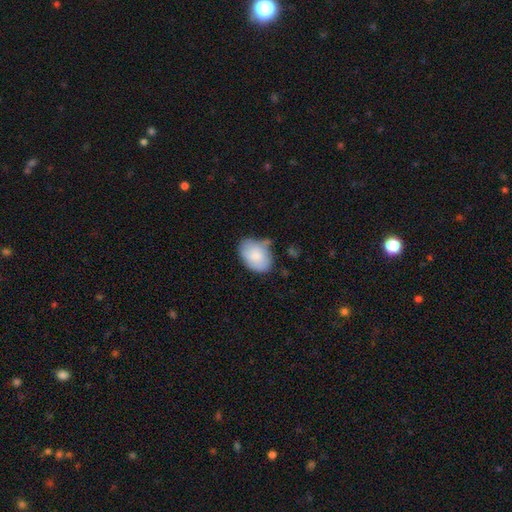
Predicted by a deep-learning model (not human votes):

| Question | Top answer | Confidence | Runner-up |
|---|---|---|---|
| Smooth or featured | smooth | 81% | featured or disk (13%) |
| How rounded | in between | 83% | round (16%) |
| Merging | none | 53% | minor disturbance (31%) |